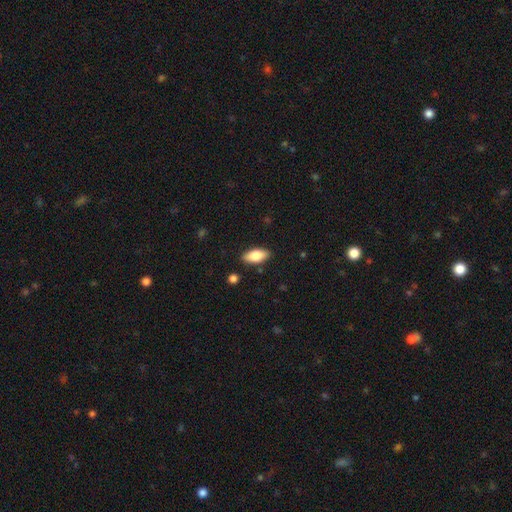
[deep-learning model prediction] The model was most divided on "smooth or featured": smooth: 80%, featured or disk: 14%, star or artifact: 6%. More confident: how rounded — in between (88%); merging — none (87%).